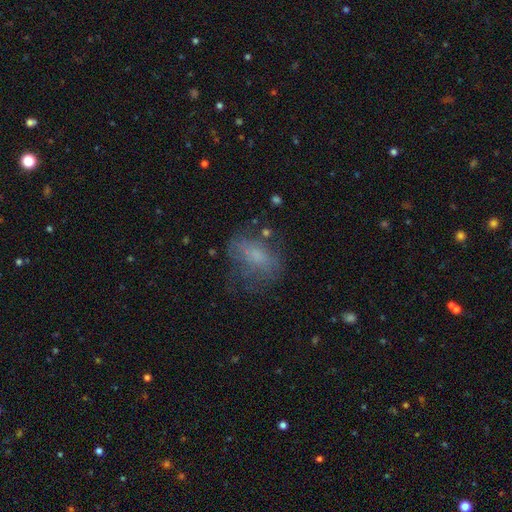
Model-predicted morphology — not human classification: Smooth or featured?
  - smooth: 55% *
  - featured or disk: 30%
  - star or artifact: 15%
How rounded?
  - in between: 73% *
  - round: 24%
  - cigar-shaped: 3%
Merging?
  - none: 50% *
  - major disturbance: 24%
  - minor disturbance: 23%
  - merger: 3%